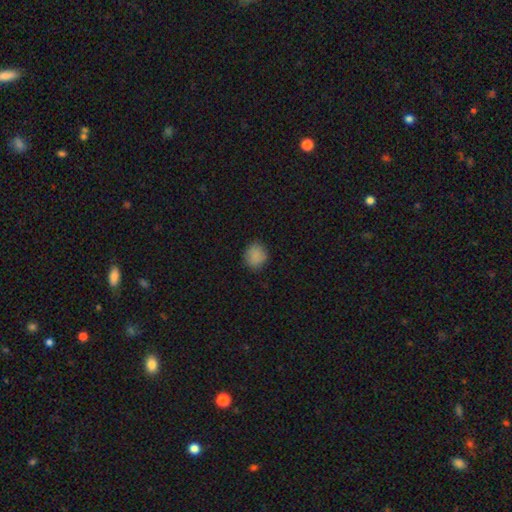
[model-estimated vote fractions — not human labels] Smooth or featured: smooth — 86% (star or artifact — 10%)
How rounded: round — 77% (in between — 22%)
Merging: none — 84% (minor disturbance — 13%)